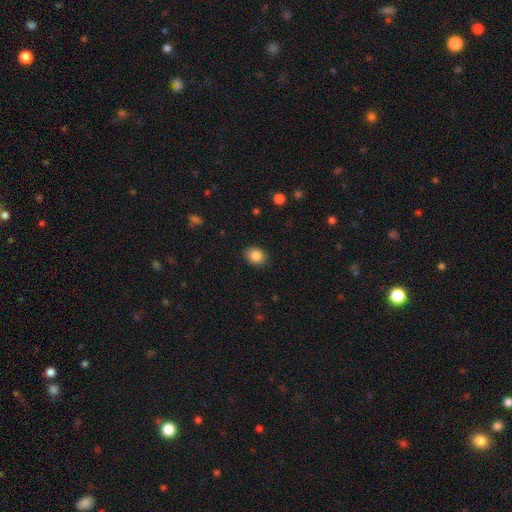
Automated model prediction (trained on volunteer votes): Smooth or featured: smooth — 85% (star or artifact — 9%)
How rounded: in between — 51% (round — 48%)
Merging: none — 86% (minor disturbance — 10%)